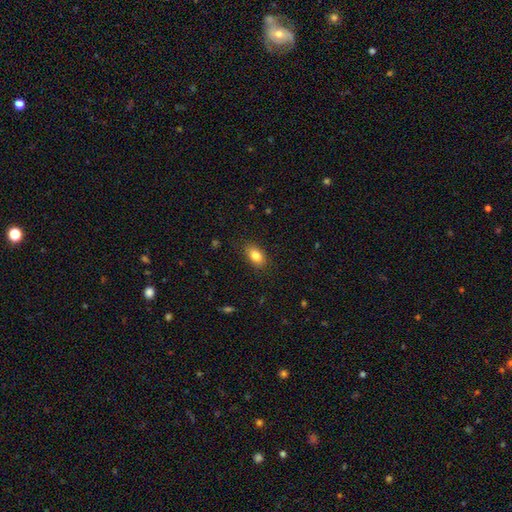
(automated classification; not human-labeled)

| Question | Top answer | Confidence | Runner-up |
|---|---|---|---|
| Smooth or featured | smooth | 82% | featured or disk (9%) |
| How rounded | in between | 86% | round (11%) |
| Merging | none | 85% | minor disturbance (11%) |